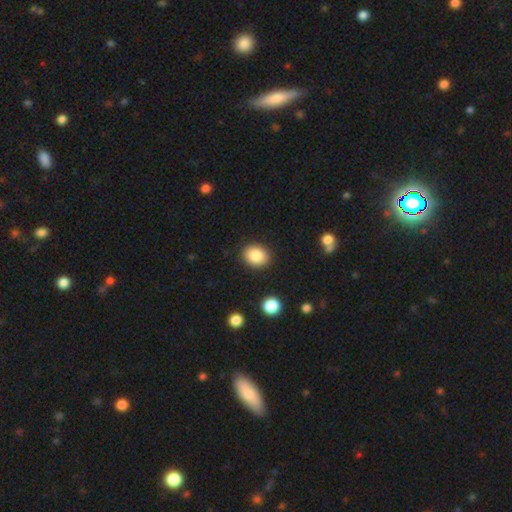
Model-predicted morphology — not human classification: A smooth galaxy with no disk features (86%) that is in between round and cigar-shaped (53%).

Vote fractions:
- Smooth or featured? smooth: 86% / star or artifact: 8% / featured or disk: 6%
- How rounded? in between: 53% / round: 46% / cigar-shaped: 1%
- Merging? none: 89% / minor disturbance: 8% / major disturbance: 2% / merger: 2%